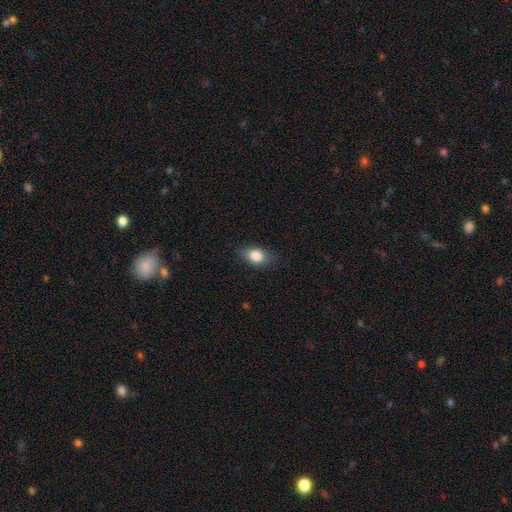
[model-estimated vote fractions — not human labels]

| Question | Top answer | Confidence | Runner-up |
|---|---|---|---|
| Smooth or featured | smooth | 84% | featured or disk (8%) |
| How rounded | in between | 79% | round (18%) |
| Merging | none | 79% | minor disturbance (16%) |